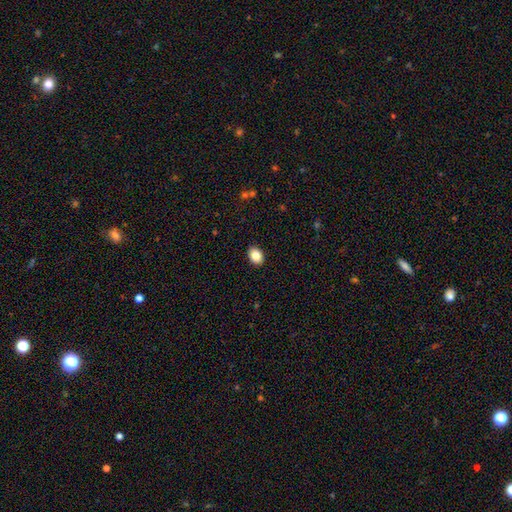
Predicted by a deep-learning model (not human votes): A smooth galaxy with no disk features (86%) that is in between round and cigar-shaped (75%).

Vote fractions:
- Smooth or featured? smooth: 86% / star or artifact: 8% / featured or disk: 6%
- How rounded? in between: 75% / round: 25% / cigar-shaped: 1%
- Merging? none: 90% / minor disturbance: 7% / major disturbance: 2% / merger: 1%